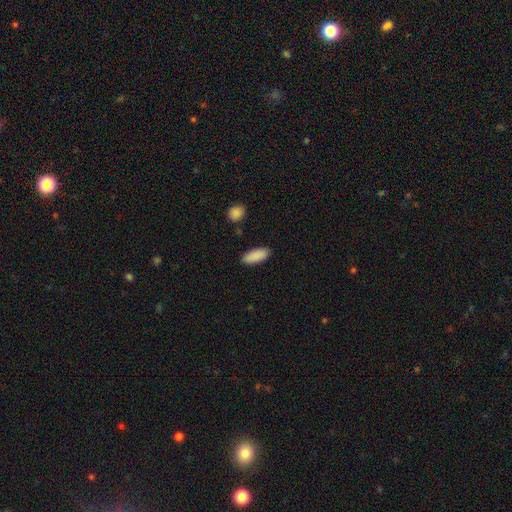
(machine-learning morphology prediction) smooth 90%, star or artifact 6%, featured or disk 4%. Down the decision tree: how rounded — in between (76%); merging — none (88%).